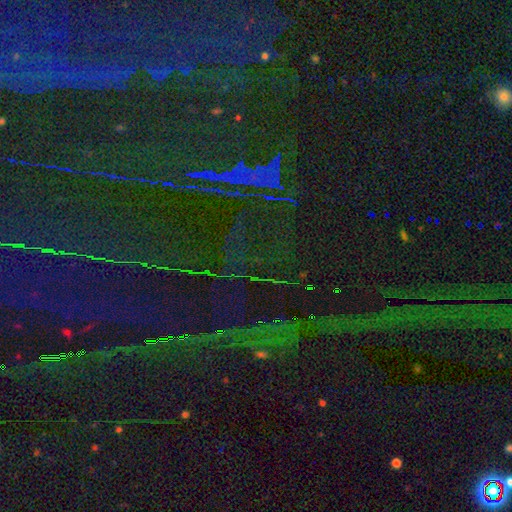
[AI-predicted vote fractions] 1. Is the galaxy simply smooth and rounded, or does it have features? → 84% star or artifact, 8% featured or disk, 8% smooth.